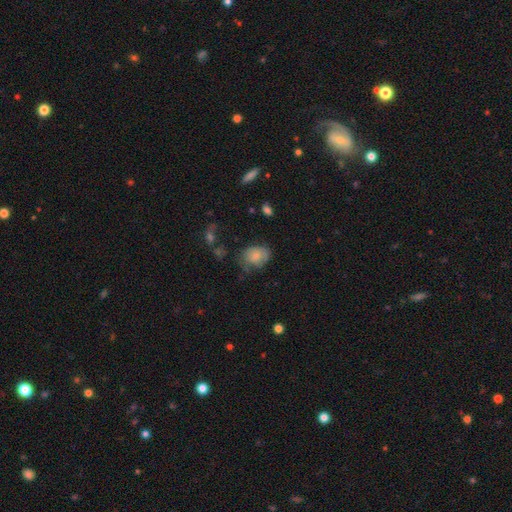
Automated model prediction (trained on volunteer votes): Smooth or featured? smooth (74%)
How rounded? in between (67%)
Merging? none (46%)